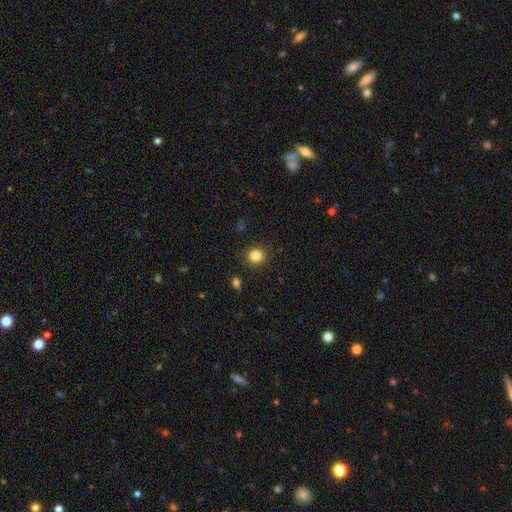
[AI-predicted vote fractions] Smooth or featured: smooth — 84% (star or artifact — 11%)
How rounded: round — 84% (in between — 15%)
Merging: none — 89% (minor disturbance — 7%)